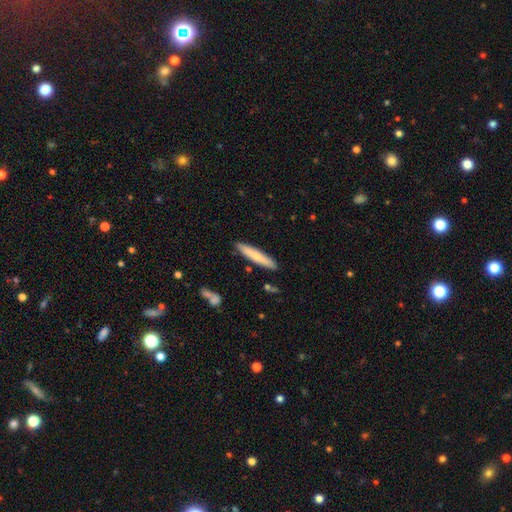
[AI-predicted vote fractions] Morphology: type=smooth (73%); roundness=cigar-shaped (91%); merging=none (88%).